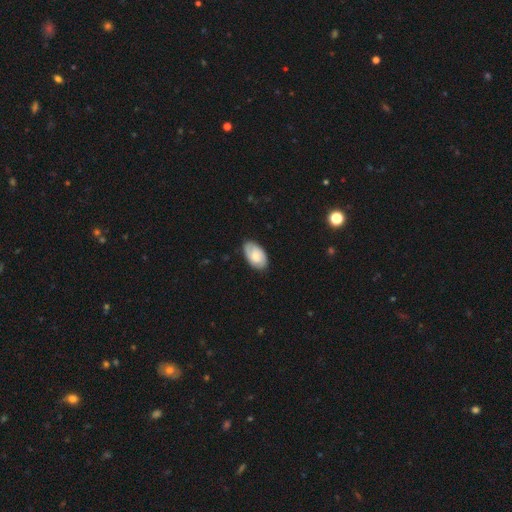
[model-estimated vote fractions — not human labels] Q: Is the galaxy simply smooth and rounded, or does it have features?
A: smooth — 59%.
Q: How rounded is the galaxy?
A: in between — 93%.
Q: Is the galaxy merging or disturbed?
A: none — 79%.